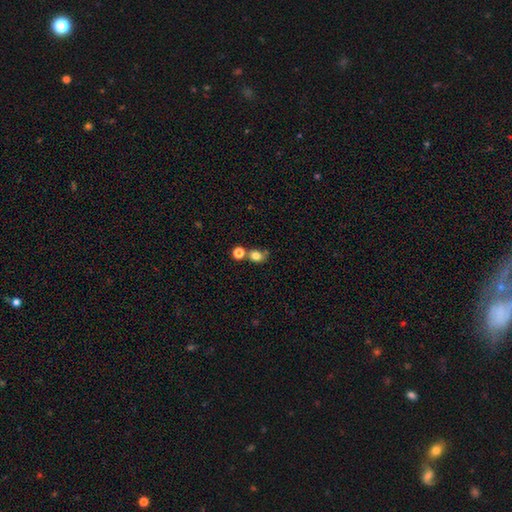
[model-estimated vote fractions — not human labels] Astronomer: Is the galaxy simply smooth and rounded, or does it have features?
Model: smooth — 80%.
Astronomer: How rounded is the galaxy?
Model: round — 64%.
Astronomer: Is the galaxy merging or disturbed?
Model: none — 57%.